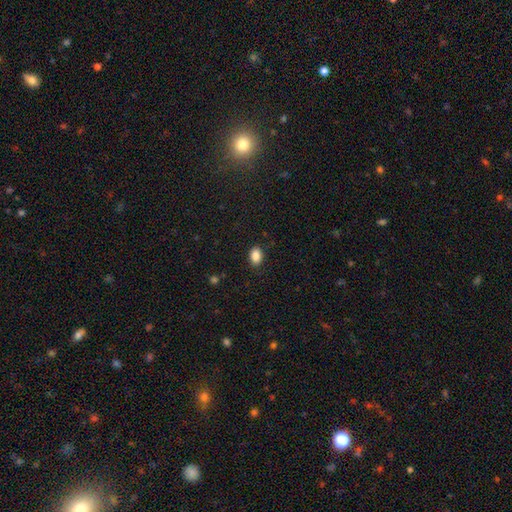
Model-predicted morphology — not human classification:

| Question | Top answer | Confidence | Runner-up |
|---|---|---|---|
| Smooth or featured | smooth | 87% | star or artifact (8%) |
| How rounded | in between | 85% | round (14%) |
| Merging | none | 86% | minor disturbance (10%) |